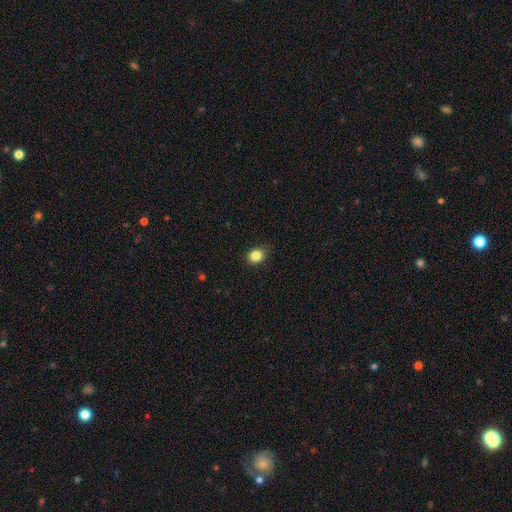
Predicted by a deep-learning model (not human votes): A smooth galaxy with no disk features (85%) that is round (52%). Merging: none (83%).